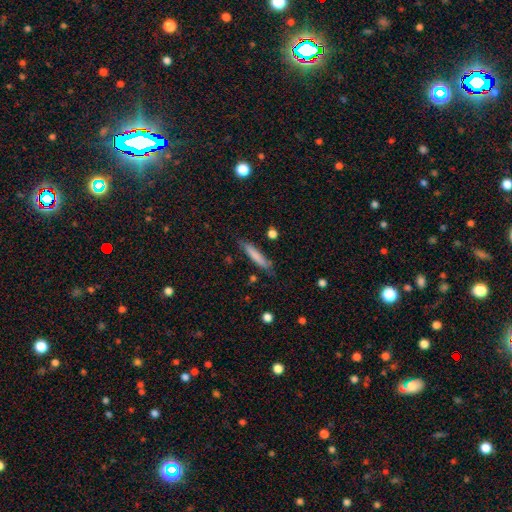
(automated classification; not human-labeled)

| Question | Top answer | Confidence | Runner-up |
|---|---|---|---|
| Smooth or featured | smooth | 76% | featured or disk (17%) |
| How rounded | cigar-shaped | 90% | in between (9%) |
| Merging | none | 79% | minor disturbance (15%) |